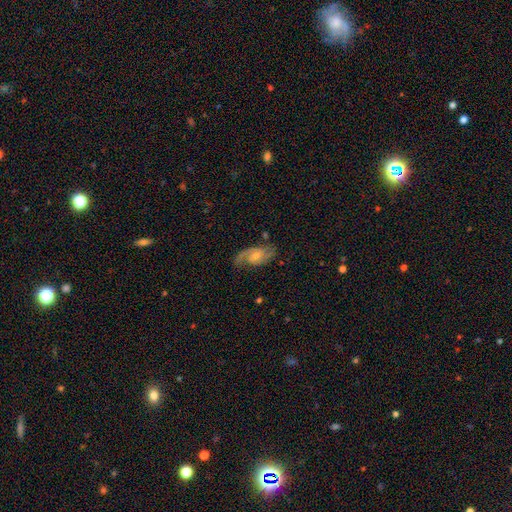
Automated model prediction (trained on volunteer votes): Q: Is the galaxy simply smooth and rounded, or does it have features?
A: featured or disk — 84%.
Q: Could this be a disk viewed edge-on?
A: no — 96%.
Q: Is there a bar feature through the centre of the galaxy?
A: no — 59%.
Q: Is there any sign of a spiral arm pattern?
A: yes — 96%.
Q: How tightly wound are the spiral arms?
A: medium — 52%.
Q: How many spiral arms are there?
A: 2 — 87%.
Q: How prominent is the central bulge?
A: moderate — 46%, tied with small.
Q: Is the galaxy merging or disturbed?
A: none — 77%.